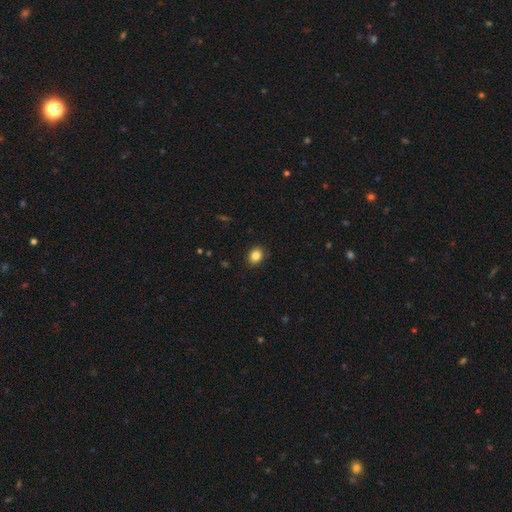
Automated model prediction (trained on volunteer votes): The model was most divided on "how rounded": in between: 53%, round: 46%, cigar-shaped: 1%. More confident: merging — none (90%); smooth or featured — smooth (85%).